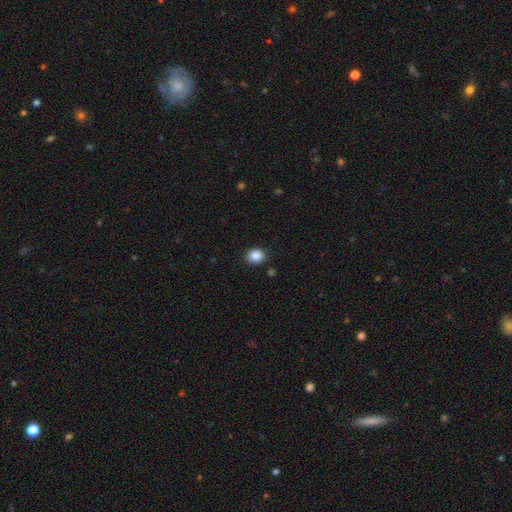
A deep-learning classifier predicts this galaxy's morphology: smooth-or-featured: smooth: 87% | star or artifact: 10% | featured or disk: 3%
  how-rounded: round: 74% | in between: 25% | cigar-shaped: 1%
  merging: none: 89% | minor disturbance: 7% | major disturbance: 2% | merger: 2%